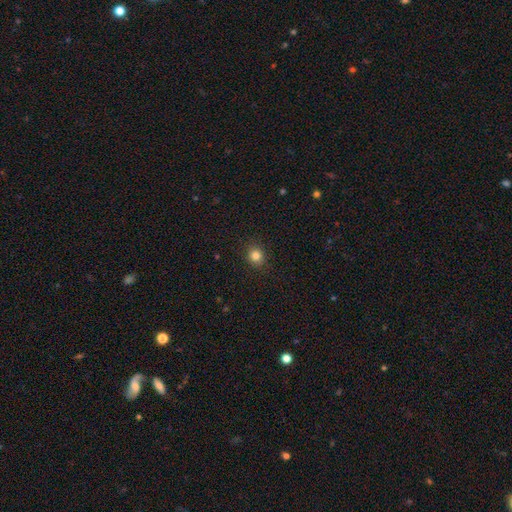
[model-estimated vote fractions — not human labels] Smooth or featured? smooth (83%)
How rounded? round (82%)
Merging? none (90%)